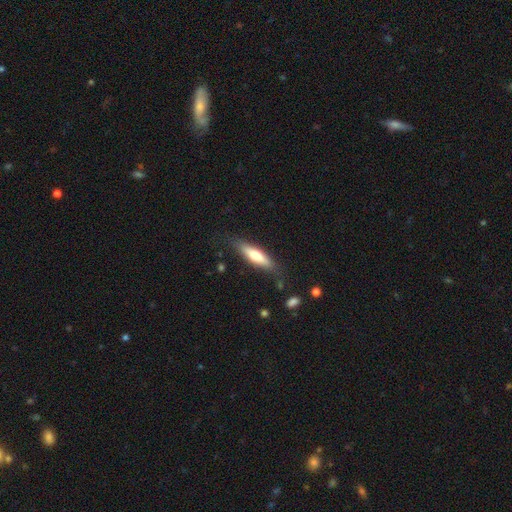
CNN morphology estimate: This appears to be a smooth galaxy with no disk features (64%) that is cigar-shaped (66%). Merging: none (80%).